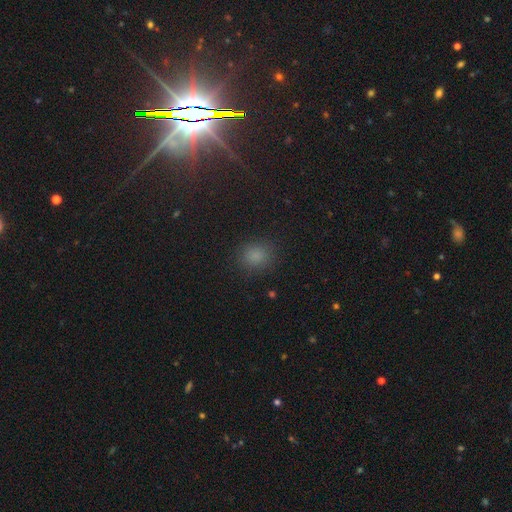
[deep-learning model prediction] Smooth or featured? Predicted: smooth (p=0.81). How rounded? Predicted: round (p=0.73). Merging? Predicted: none (p=0.86).